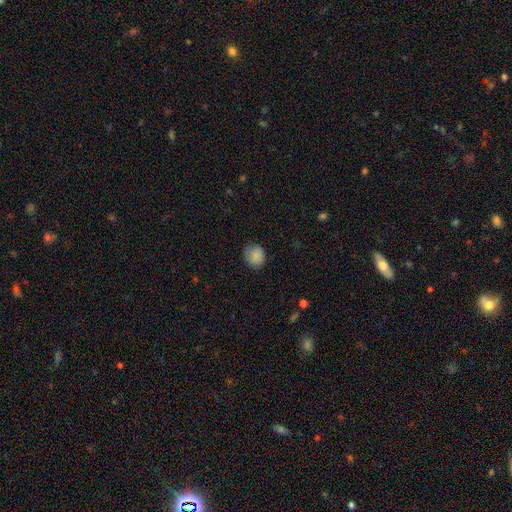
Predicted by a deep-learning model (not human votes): A smooth galaxy with no disk features (86%) that is round (73%). Merging: none (78%).